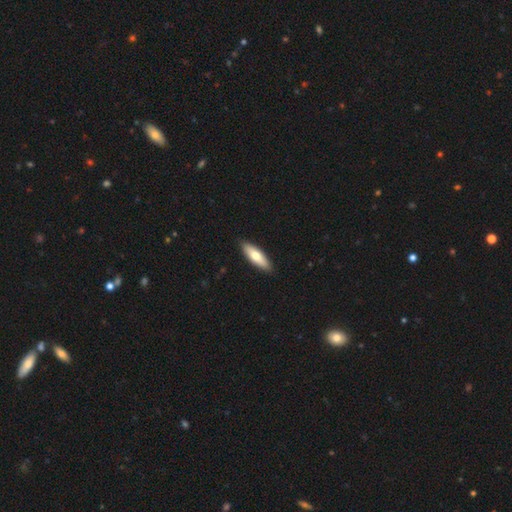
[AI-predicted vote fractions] Smooth or featured?
  - smooth: 69% *
  - featured or disk: 26%
  - star or artifact: 5%
How rounded?
  - in between: 52% *
  - cigar-shaped: 46%
  - round: 2%
Merging?
  - none: 90% *
  - minor disturbance: 7%
  - major disturbance: 1%
  - merger: 1%